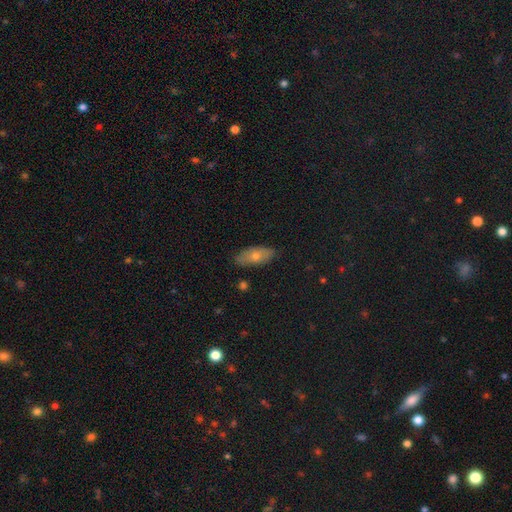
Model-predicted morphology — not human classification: smooth-or-featured: smooth: 62% | featured or disk: 28% | star or artifact: 10%
  how-rounded: in between: 78% | cigar-shaped: 18% | round: 4%
  merging: none: 84% | minor disturbance: 12% | major disturbance: 2% | merger: 1%